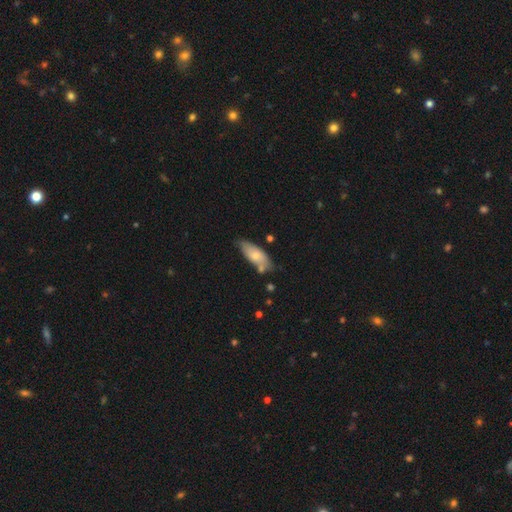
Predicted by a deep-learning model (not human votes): This is likely a smooth galaxy (68%). How rounded: likely in between (79%). Merging: likely none (61%).